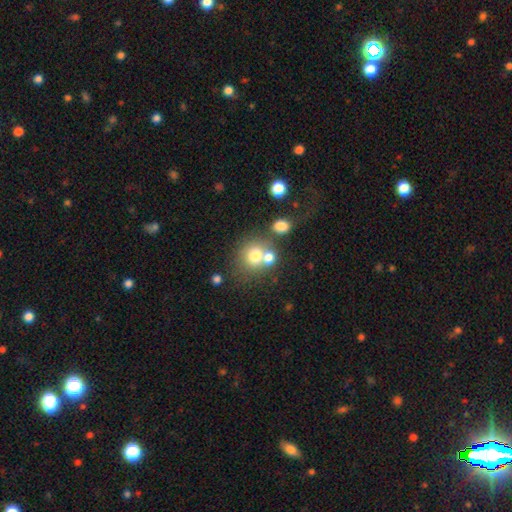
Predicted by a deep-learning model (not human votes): smooth-or-featured: smooth: 73% | featured or disk: 14% | star or artifact: 13%
  how-rounded: round: 80% | in between: 19% | cigar-shaped: 1%
  merging: none: 49% | merger: 37% | minor disturbance: 9% | major disturbance: 5%